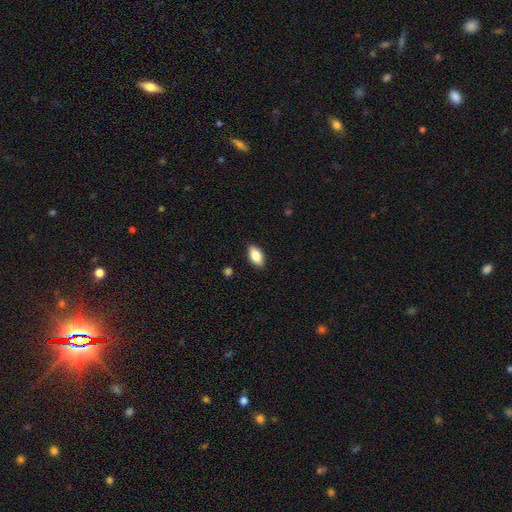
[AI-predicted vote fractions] This appears to be a smooth galaxy with no disk features (83%) that is in between round and cigar-shaped (91%). Merging: none (88%).